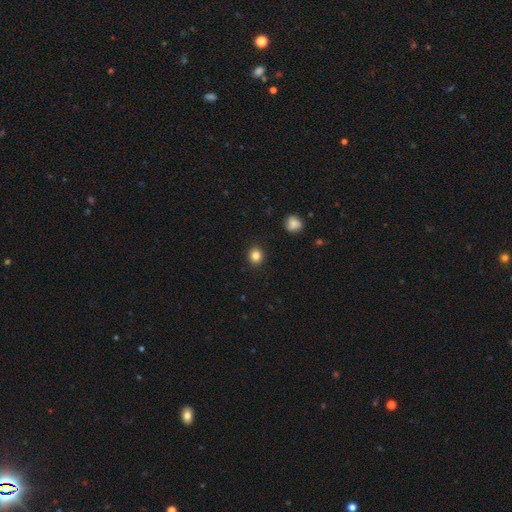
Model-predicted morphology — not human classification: This appears to be a smooth galaxy with no disk features (84%) that is round (80%). Merging: none (91%).